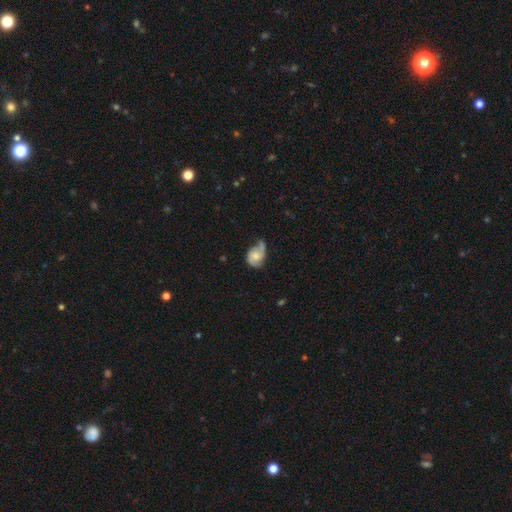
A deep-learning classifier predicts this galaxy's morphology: This appears to be a featured or disk galaxy (62%) with no bar (63%), 2 (71%) medium (42%) spiral arms (90%) and a moderate central bulge (43%). Merging: none (39%).